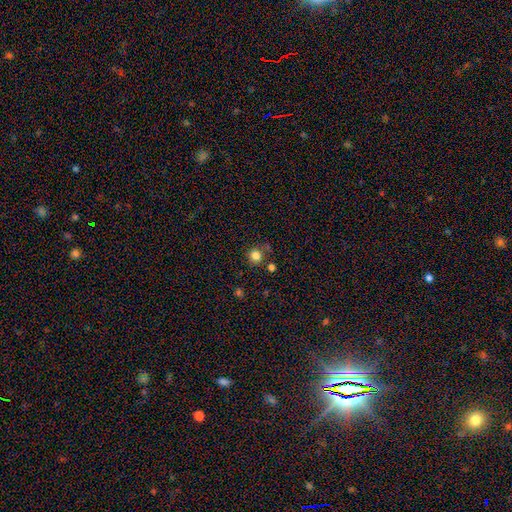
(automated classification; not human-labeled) Smooth or featured? Predicted: smooth (p=0.82). How rounded? Predicted: round (p=0.92). Merging? Predicted: none (p=0.78).